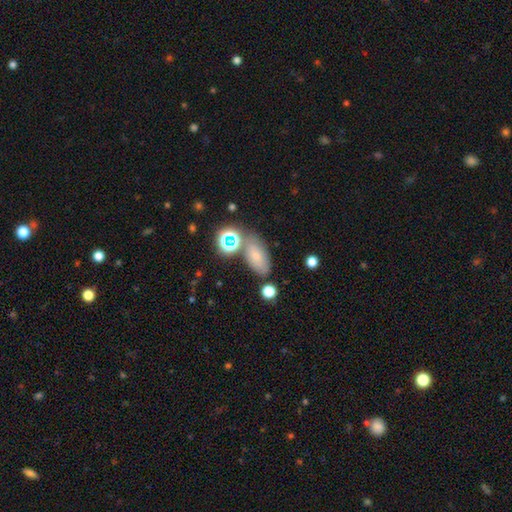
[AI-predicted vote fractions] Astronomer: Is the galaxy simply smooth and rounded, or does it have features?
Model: smooth — 62%.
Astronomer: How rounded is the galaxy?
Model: in between — 85%.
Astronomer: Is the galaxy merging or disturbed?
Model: none — 65%.